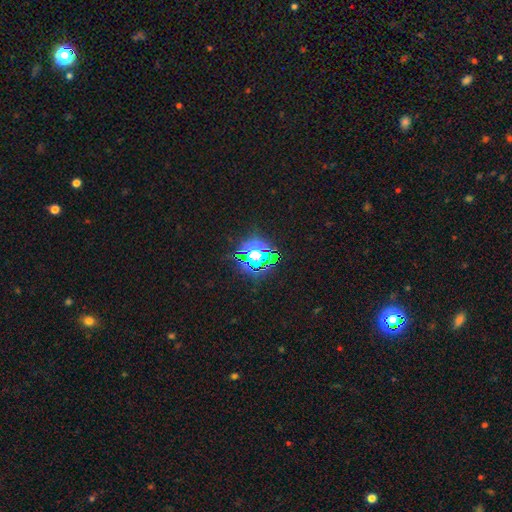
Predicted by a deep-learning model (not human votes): This is likely a star or artifact rather than a galaxy (65%).